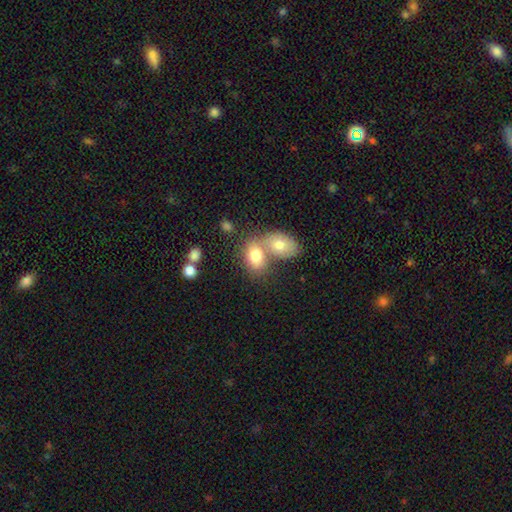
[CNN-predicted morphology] Smooth or featured?
  - smooth: 76% *
  - featured or disk: 16%
  - star or artifact: 8%
How rounded?
  - in between: 82% *
  - round: 17%
  - cigar-shaped: 2%
Merging?
  - merger: 57% *
  - none: 30%
  - minor disturbance: 9%
  - major disturbance: 4%